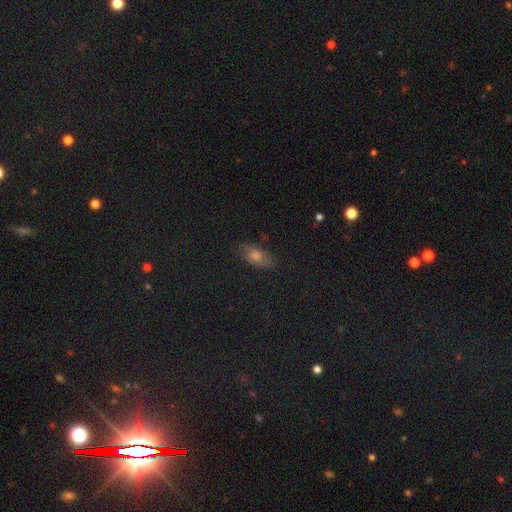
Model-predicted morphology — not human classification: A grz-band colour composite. It shows a smooth galaxy with no disk features (57%) that is in between round and cigar-shaped (82%). Merging: none (80%).